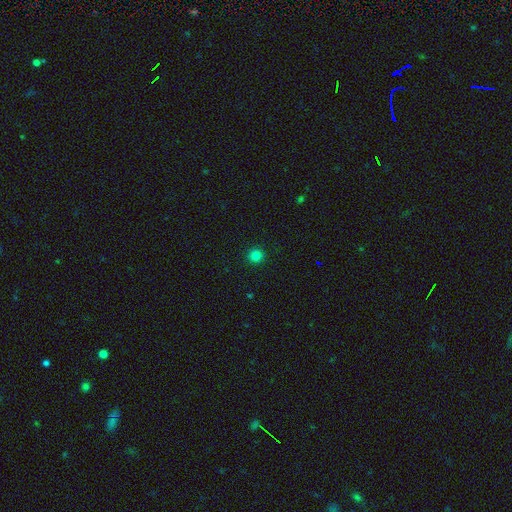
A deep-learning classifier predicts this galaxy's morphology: The model was most divided on "smooth or featured": smooth: 82%, star or artifact: 14%, featured or disk: 4%. More confident: how rounded — round (95%); merging — none (93%).